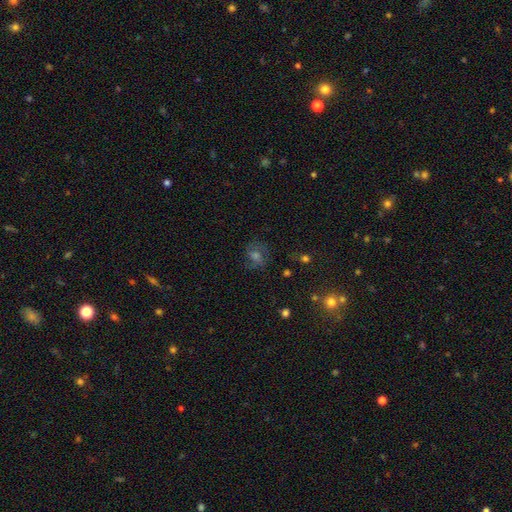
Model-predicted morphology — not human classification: Smooth or featured?
  - featured or disk: 46% *
  - smooth: 28%
  - star or artifact: 26%
Merging?
  - none: 74% *
  - minor disturbance: 15%
  - major disturbance: 9%
  - merger: 2%